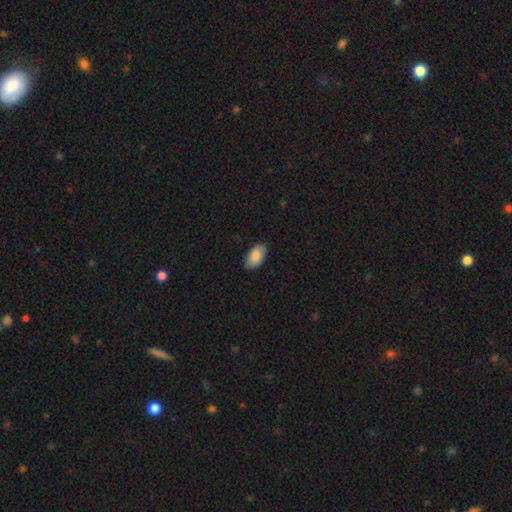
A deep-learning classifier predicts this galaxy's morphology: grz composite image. It shows a smooth galaxy with no disk features (87%) that is in between round and cigar-shaped (95%). Merging: none (86%).